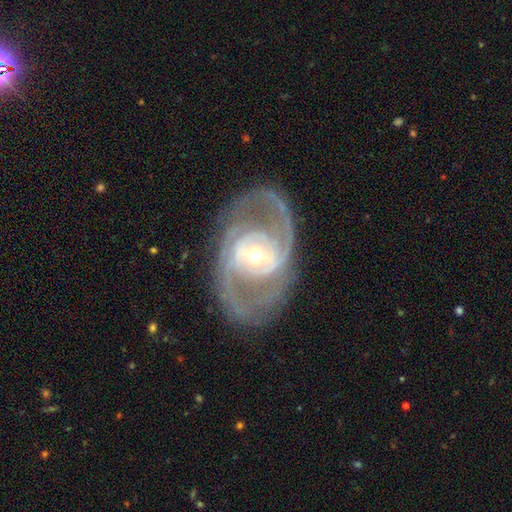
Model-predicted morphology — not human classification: Smooth or featured? featured or disk (90%)
Edge-on disk? no (96%)
Bar? weak (40%)
Spiral arms? yes (94%)
Spiral winding? medium (52%)
Spiral arm count? 2 (81%)
Bulge size? small (53%)
Merging? none (76%)